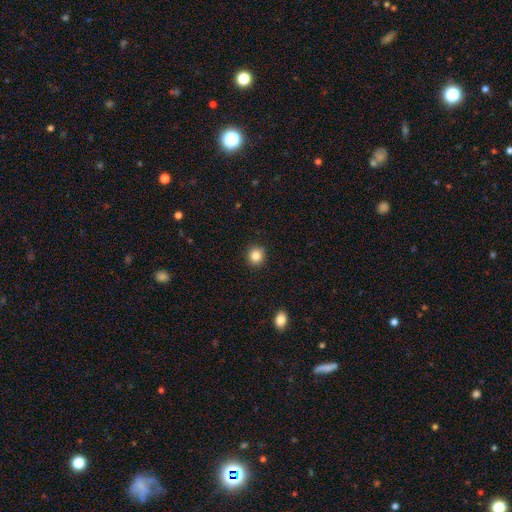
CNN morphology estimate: Smooth or featured? smooth (85%)
How rounded? round (92%)
Merging? none (92%)